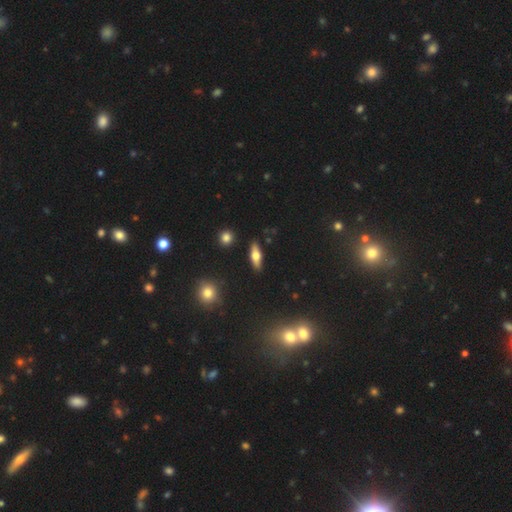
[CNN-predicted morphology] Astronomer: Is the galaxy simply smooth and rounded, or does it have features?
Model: smooth — 50% (runner-up: featured or disk, 42%).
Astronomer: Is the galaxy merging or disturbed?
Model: none — 88%.